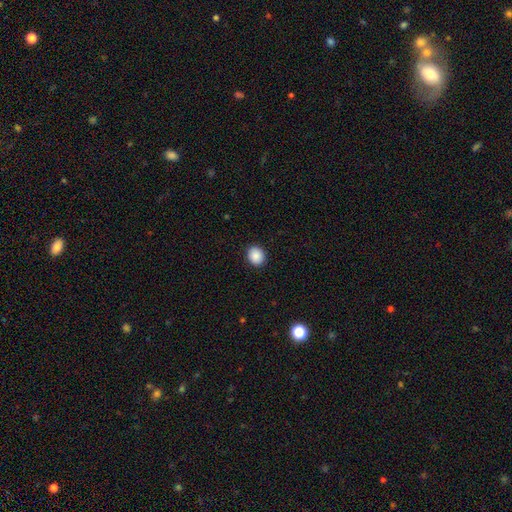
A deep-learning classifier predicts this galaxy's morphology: This is clearly a smooth galaxy (88%). How rounded: likely round (68%). Merging: clearly none (91%).